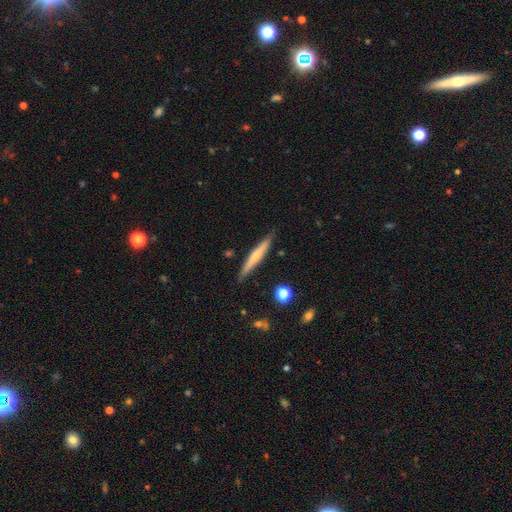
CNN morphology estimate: type=smooth (49%); merging=none (87%).